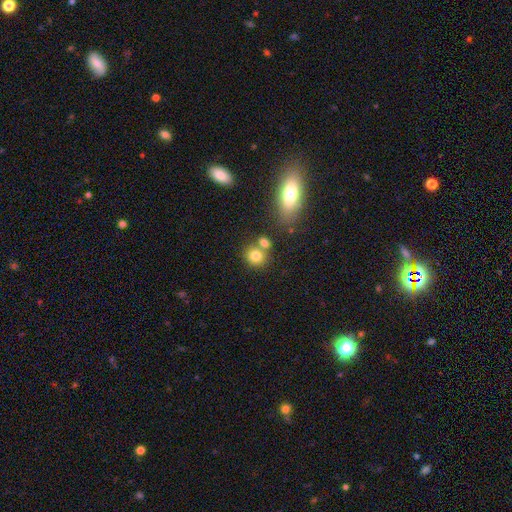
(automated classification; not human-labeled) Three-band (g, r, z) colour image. It shows a smooth galaxy with no disk features (80%) that is round (79%). Merging: none (58%).